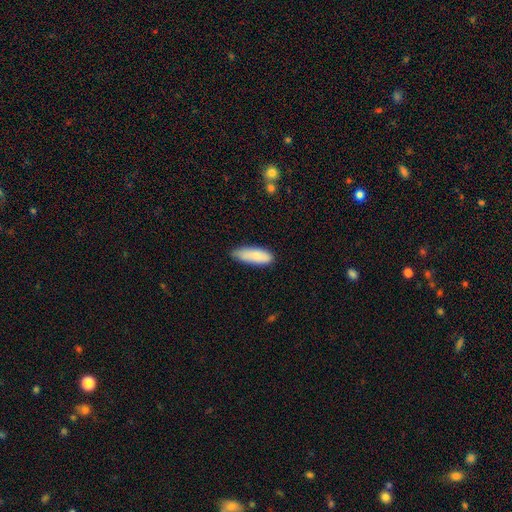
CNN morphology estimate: Smooth or featured? smooth (85%)
How rounded? in between (62%)
Merging? none (67%)